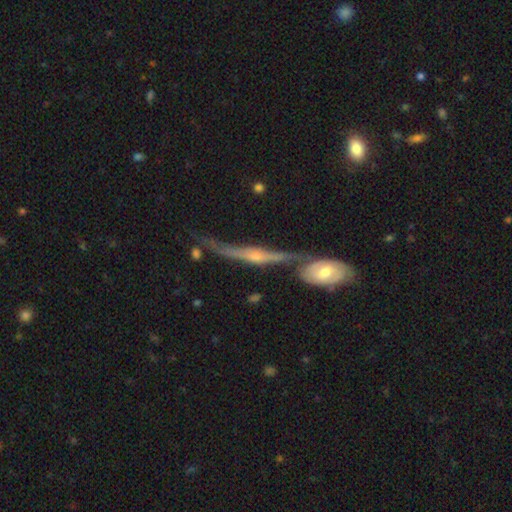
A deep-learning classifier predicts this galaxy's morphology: featured or disk 77%, smooth 15%, star or artifact 8%. Down the decision tree: edge-on disk — yes (88%); edge-on bulge — rounded (75%); merging — none (48%).